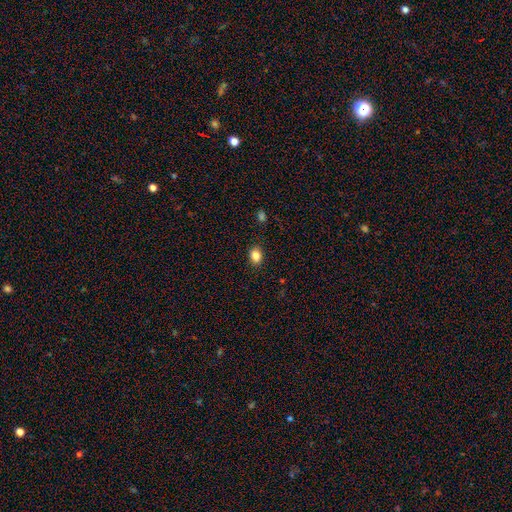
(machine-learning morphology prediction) smooth 85%, star or artifact 10%, featured or disk 5%. Down the decision tree: how rounded — in between (63%); merging — none (87%).